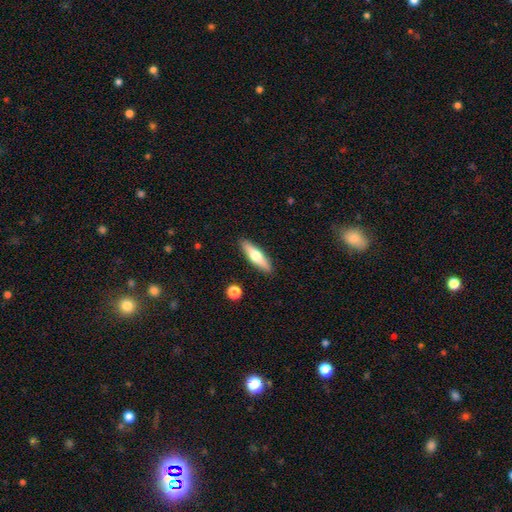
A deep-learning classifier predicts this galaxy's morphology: smooth-or-featured: smooth: 52% | featured or disk: 42% | star or artifact: 6%
  how-rounded: cigar-shaped: 69% | in between: 29% | round: 2%
  merging: none: 89% | minor disturbance: 7% | major disturbance: 2% | merger: 2%